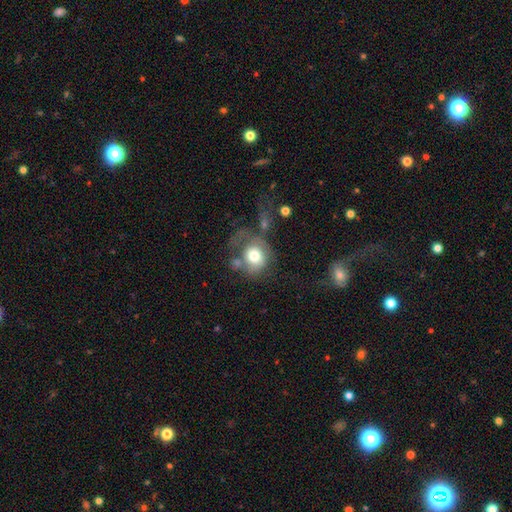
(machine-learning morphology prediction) smooth_or_featured: smooth (p=0.65) [alt: featured or disk p=0.25]
how_rounded: round (p=0.74) [alt: in between p=0.25]
merging: none (p=0.31) [tied with: major disturbance p=0.31]